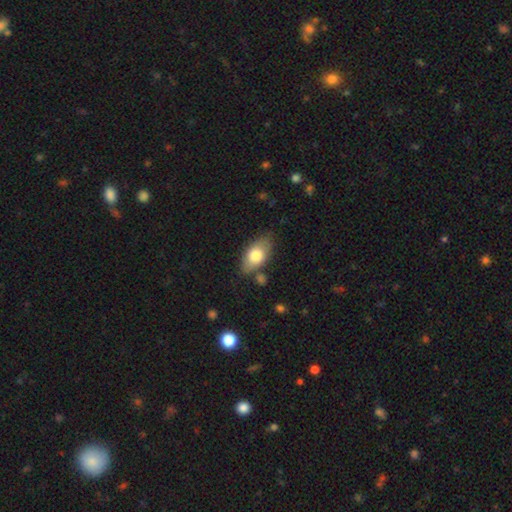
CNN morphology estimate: A smooth galaxy with no disk features (73%) that is in between round and cigar-shaped (90%). Merging: none (74%).